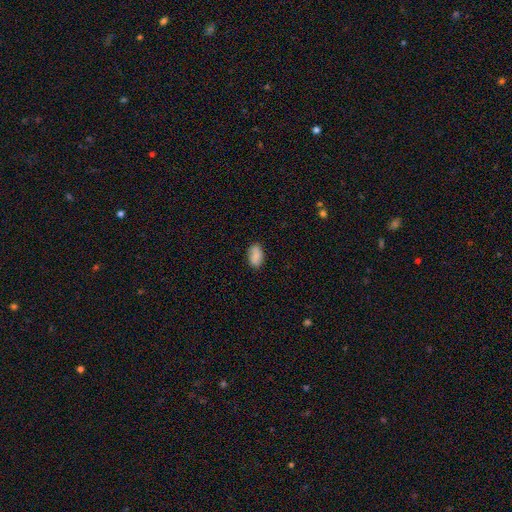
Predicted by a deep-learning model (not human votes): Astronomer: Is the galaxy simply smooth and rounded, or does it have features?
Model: smooth — 85%.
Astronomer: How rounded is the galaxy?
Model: in between — 93%.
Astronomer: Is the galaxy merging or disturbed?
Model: none — 83%.